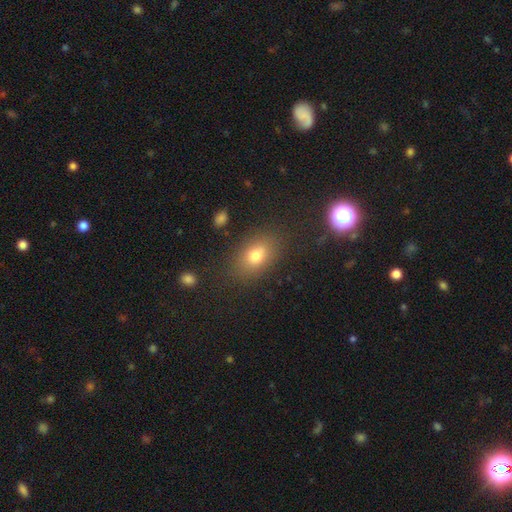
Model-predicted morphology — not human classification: A smooth galaxy with no disk features (75%) that is in between round and cigar-shaped (77%). Merging: none (82%).